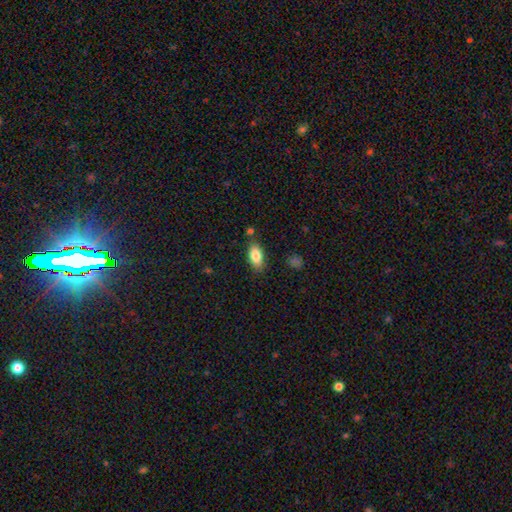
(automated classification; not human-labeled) Morphology: type=smooth (85%); roundness=in between (90%); merging=none (79%).